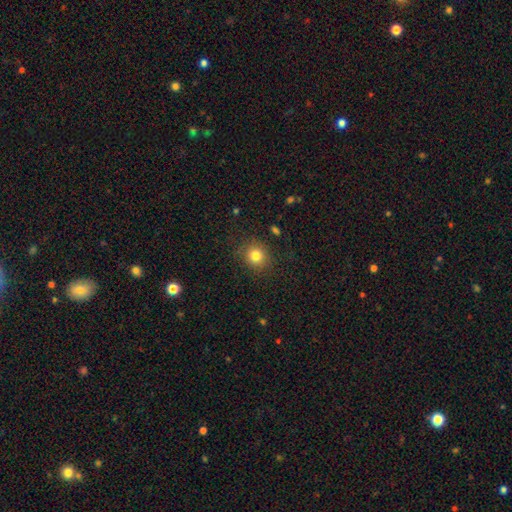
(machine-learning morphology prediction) Q: Smooth or featured?
A: smooth (81%); runner-up: star or artifact (12%)
Q: How rounded?
A: round (88%); runner-up: in between (11%)
Q: Merging?
A: none (86%); runner-up: minor disturbance (10%)